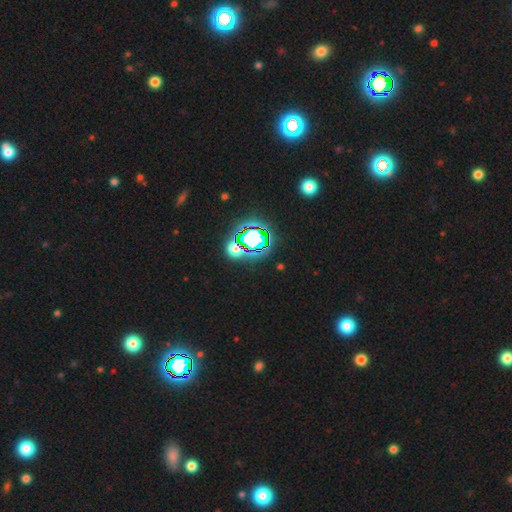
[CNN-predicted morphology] type=star or artifact (79%).